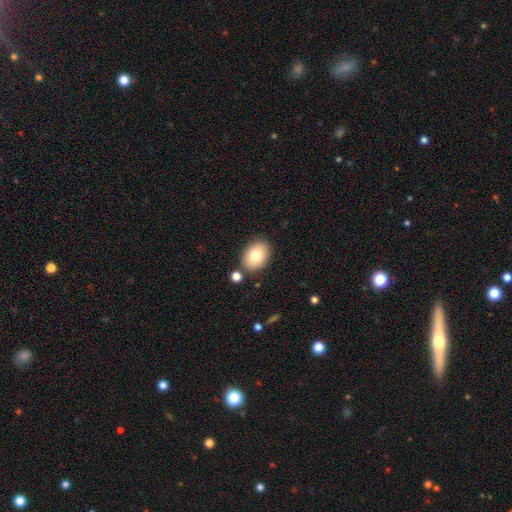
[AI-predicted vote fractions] Smooth or featured?
  - smooth: 80% *
  - featured or disk: 12%
  - star or artifact: 8%
How rounded?
  - in between: 71% *
  - round: 28%
  - cigar-shaped: 1%
Merging?
  - none: 83% *
  - minor disturbance: 10%
  - merger: 5%
  - major disturbance: 2%